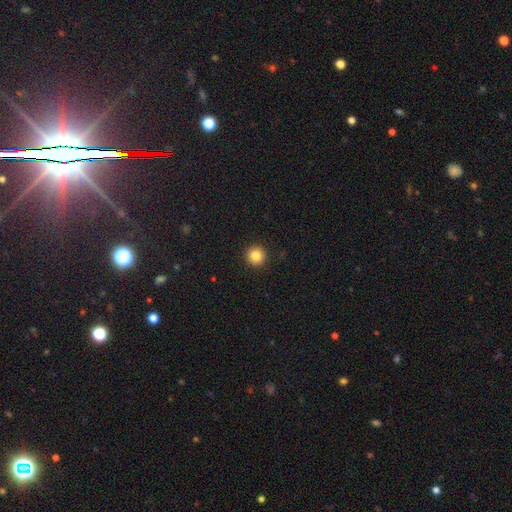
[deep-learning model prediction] A smooth galaxy with no disk features (84%) that is round (96%).

Vote fractions:
- Smooth or featured? smooth: 84% / star or artifact: 10% / featured or disk: 5%
- How rounded? round: 96% / in between: 3% / cigar-shaped: 1%
- Merging? none: 93% / minor disturbance: 4% / major disturbance: 1% / merger: 1%